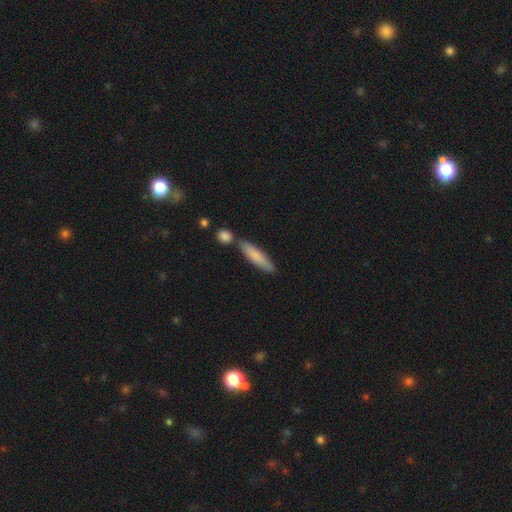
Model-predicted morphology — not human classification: Smooth or featured?
  - smooth: 79% *
  - featured or disk: 16%
  - star or artifact: 5%
How rounded?
  - cigar-shaped: 81% *
  - in between: 18%
  - round: 2%
Merging?
  - none: 69% *
  - merger: 15%
  - minor disturbance: 13%
  - major disturbance: 3%